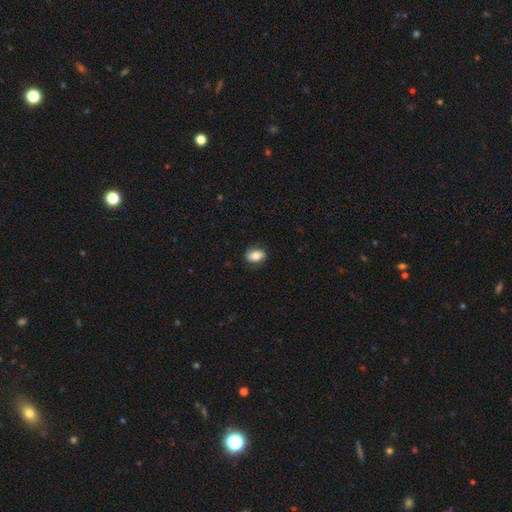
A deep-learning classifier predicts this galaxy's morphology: This appears to be a smooth galaxy with no disk features (74%) that is in between round and cigar-shaped (78%). Merging: none (82%).